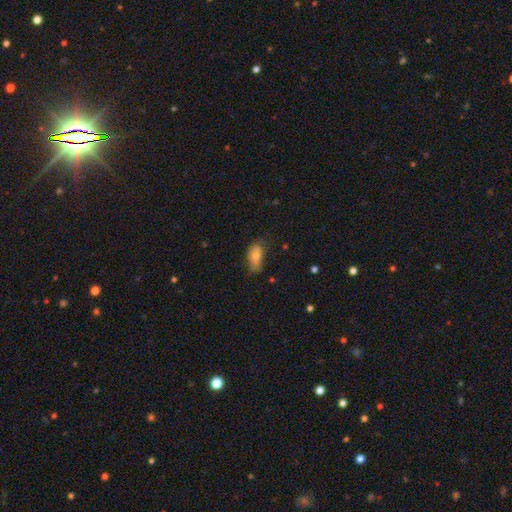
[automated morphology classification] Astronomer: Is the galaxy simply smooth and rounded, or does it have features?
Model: smooth — 75%.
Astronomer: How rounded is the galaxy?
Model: in between — 88%.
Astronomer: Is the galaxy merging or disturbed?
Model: none — 48% (runner-up: minor disturbance, 36%).